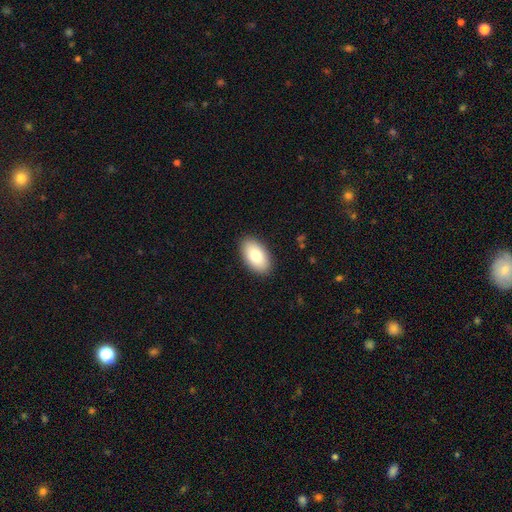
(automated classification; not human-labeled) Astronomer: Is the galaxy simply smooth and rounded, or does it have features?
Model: smooth — 79%.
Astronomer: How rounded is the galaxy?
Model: in between — 95%.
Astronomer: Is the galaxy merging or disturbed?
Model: none — 89%.